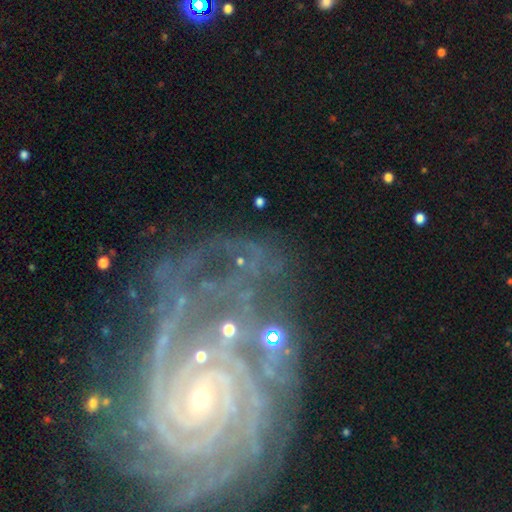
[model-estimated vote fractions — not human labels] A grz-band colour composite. It shows a featured or disk galaxy (82%) with no bar (56%), tight (72%) spiral arms (94%) and a small central bulge (74%). Merging: none (57%).